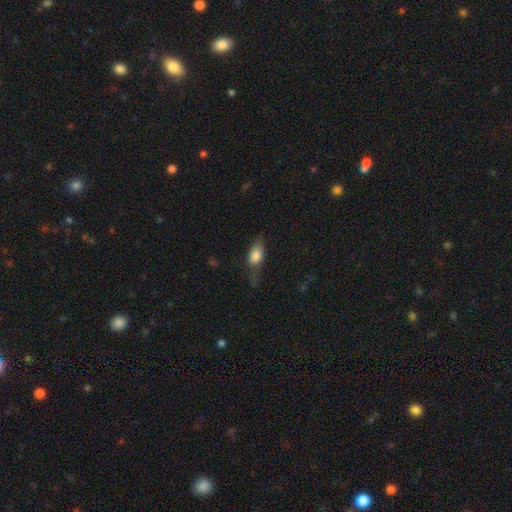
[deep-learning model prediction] This is likely a smooth galaxy (78%). How rounded: clearly in between (81%). Merging: possibly none (50%).